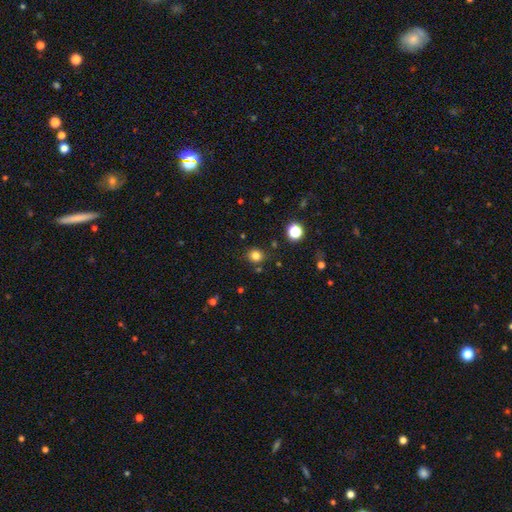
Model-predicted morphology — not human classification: This is likely a smooth galaxy (79%). How rounded: clearly round (83%). Merging: clearly none (85%).